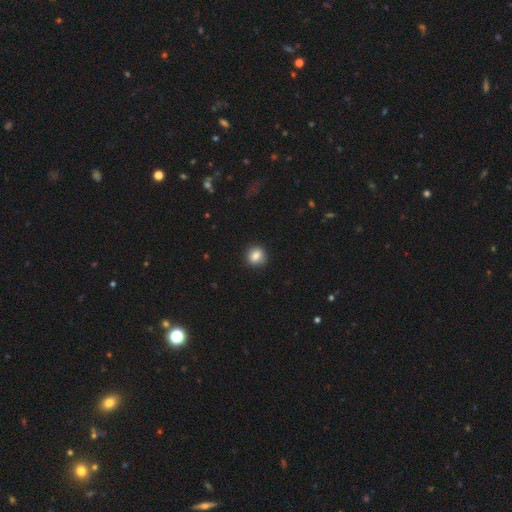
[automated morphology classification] type=smooth (85%); roundness=round (81%); merging=none (90%).